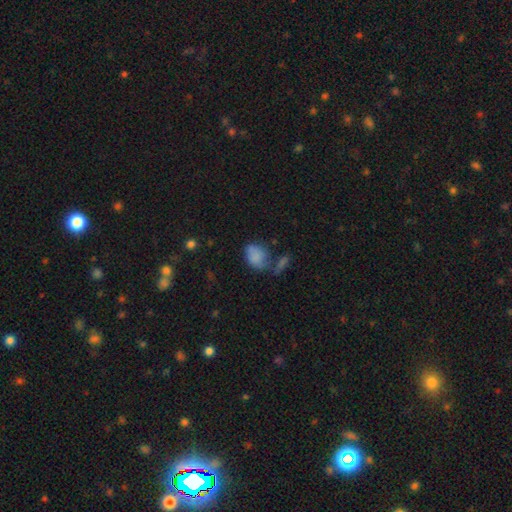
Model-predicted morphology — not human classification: smooth 73%, featured or disk 16%, star or artifact 11%. Down the decision tree: how rounded — in between (69%); merging — none (38%).